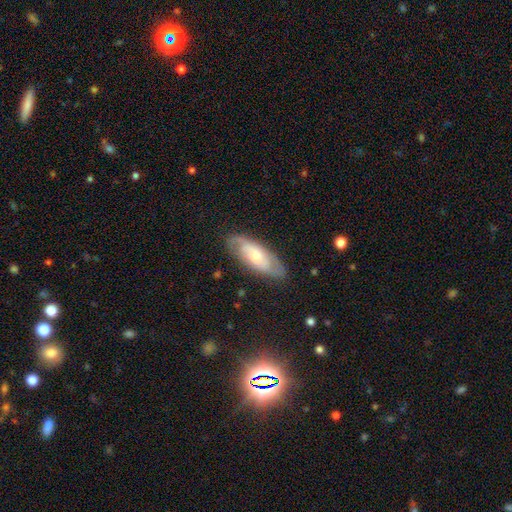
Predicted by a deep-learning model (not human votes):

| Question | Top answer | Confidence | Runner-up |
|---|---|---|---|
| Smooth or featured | featured or disk | 56% | smooth (38%) |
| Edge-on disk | no | 83% | yes (17%) |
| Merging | none | 78% | minor disturbance (16%) |